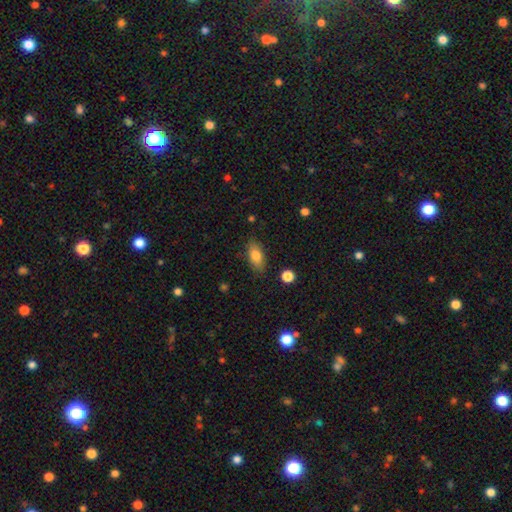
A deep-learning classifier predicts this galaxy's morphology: A smooth galaxy with no disk features (80%) that is in between round and cigar-shaped (85%).

Vote fractions:
- Smooth or featured? smooth: 80% / featured or disk: 12% / star or artifact: 8%
- How rounded? in between: 85% / cigar-shaped: 10% / round: 5%
- Merging? none: 84% / minor disturbance: 12% / major disturbance: 3% / merger: 2%